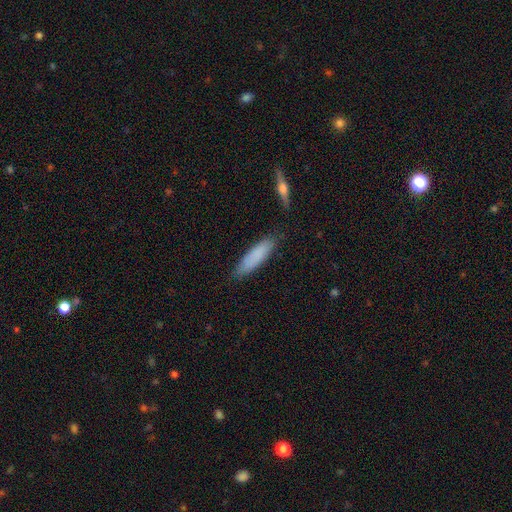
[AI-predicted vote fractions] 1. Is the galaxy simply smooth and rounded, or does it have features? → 81% smooth, 13% featured or disk, 6% star or artifact.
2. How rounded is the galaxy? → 69% cigar-shaped, 30% in between, 1% round.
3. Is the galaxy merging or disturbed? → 80% none, 14% minor disturbance, 3% major disturbance, 2% merger.